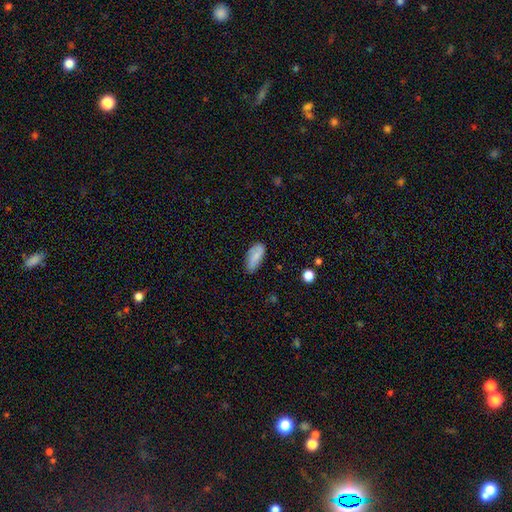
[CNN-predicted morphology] This appears to be a smooth galaxy with no disk features (79%) that is in between round and cigar-shaped (83%). Merging: none (72%).